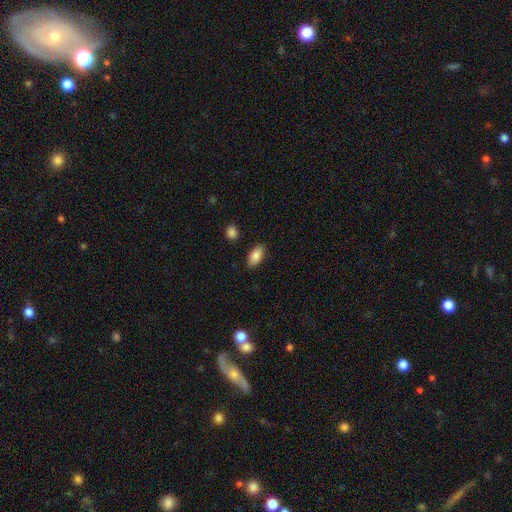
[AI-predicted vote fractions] Smooth or featured?
  - smooth: 84% *
  - featured or disk: 9%
  - star or artifact: 7%
How rounded?
  - in between: 90% *
  - cigar-shaped: 6%
  - round: 3%
Merging?
  - none: 86% *
  - minor disturbance: 10%
  - major disturbance: 2%
  - merger: 2%